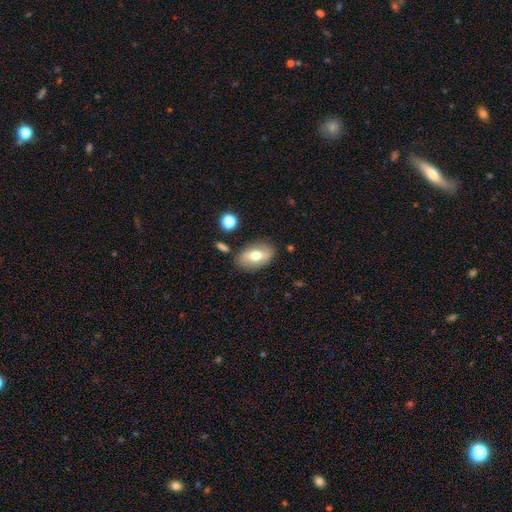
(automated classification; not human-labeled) The model was most divided on "smooth or featured": smooth: 62%, featured or disk: 30%, star or artifact: 8%. More confident: how rounded — in between (88%); merging — none (80%).